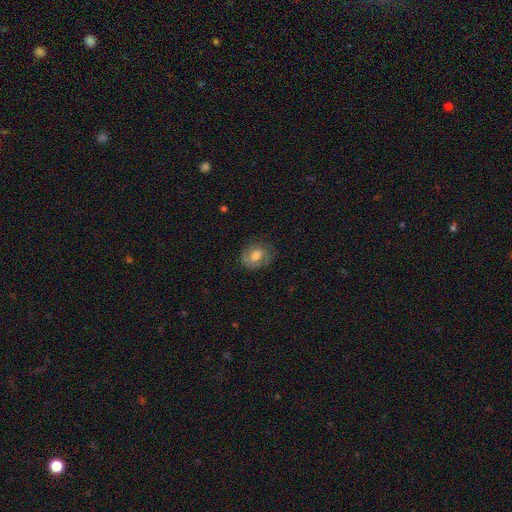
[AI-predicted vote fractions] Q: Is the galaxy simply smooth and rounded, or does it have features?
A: smooth — 60%.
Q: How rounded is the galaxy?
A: in between — 54%.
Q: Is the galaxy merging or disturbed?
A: none — 74%.